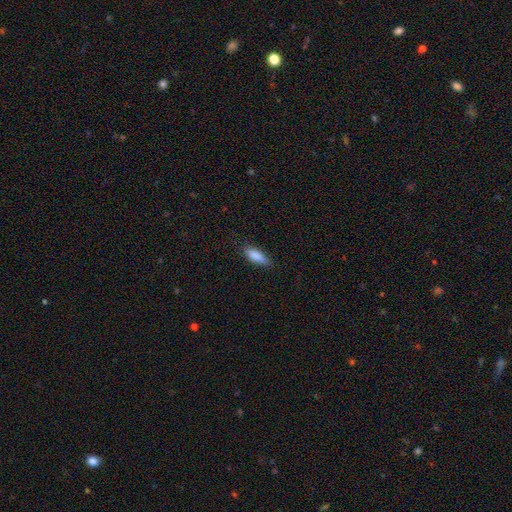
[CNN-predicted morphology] Smooth or featured? Predicted: smooth (p=0.86). How rounded? Predicted: in between (p=0.59). Merging? Predicted: none (p=0.75).